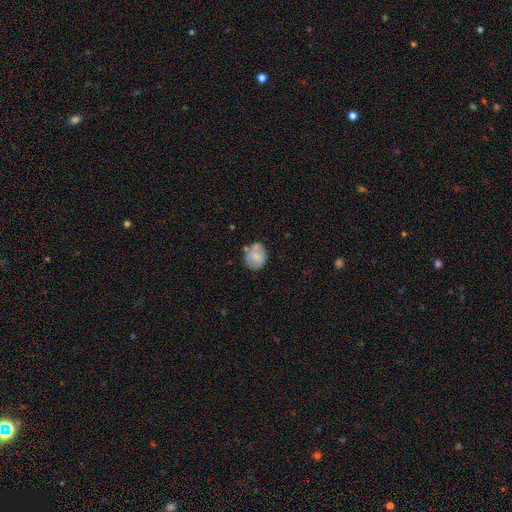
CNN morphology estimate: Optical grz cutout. It shows a smooth galaxy with no disk features (67%) that is round (56%). Merging: none (56%).